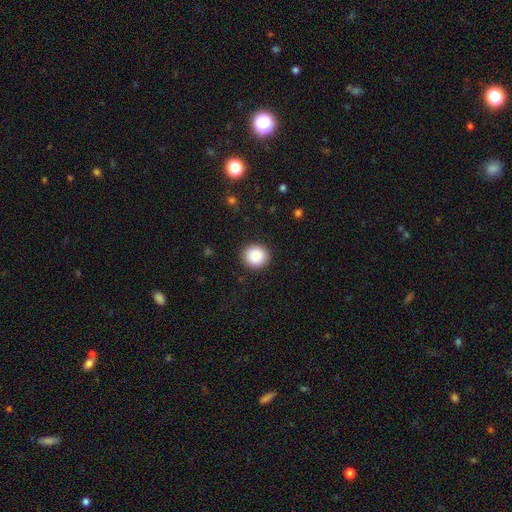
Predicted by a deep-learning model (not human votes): A smooth galaxy with no disk features (87%) that is round (88%).

Vote fractions:
- Smooth or featured? smooth: 87% / star or artifact: 8% / featured or disk: 5%
- How rounded? round: 88% / in between: 11% / cigar-shaped: 1%
- Merging? none: 91% / minor disturbance: 6% / major disturbance: 2% / merger: 1%